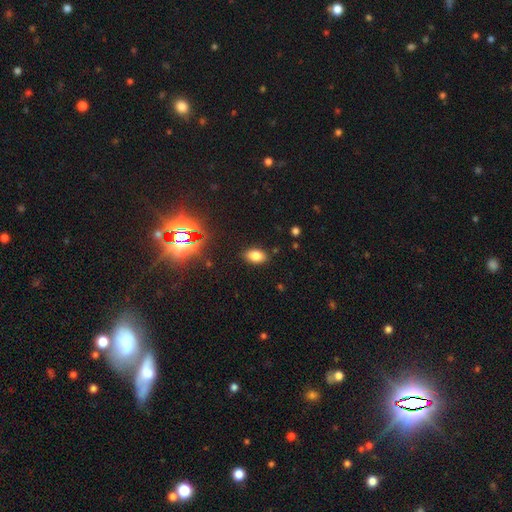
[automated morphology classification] type=smooth (77%); roundness=in between (89%); merging=none (86%).